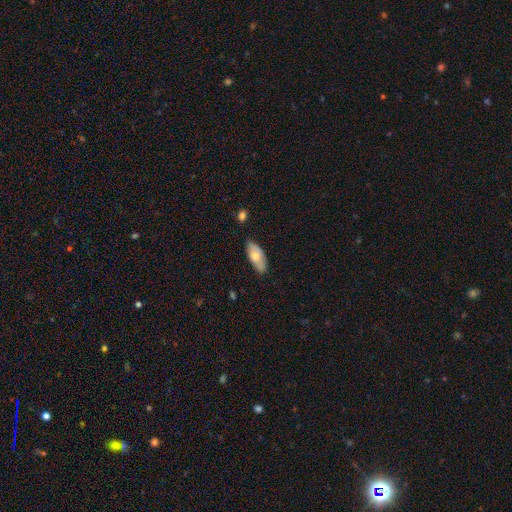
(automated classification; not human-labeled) Overall: smooth (69%). How rounded: in between (89%). Merging: none (74%).